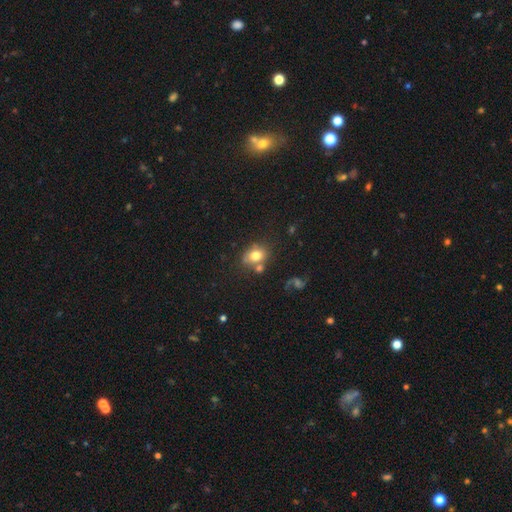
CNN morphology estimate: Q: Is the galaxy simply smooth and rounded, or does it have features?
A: smooth — 74%.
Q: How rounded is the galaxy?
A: in between — 53%.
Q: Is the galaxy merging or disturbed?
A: none — 57%.